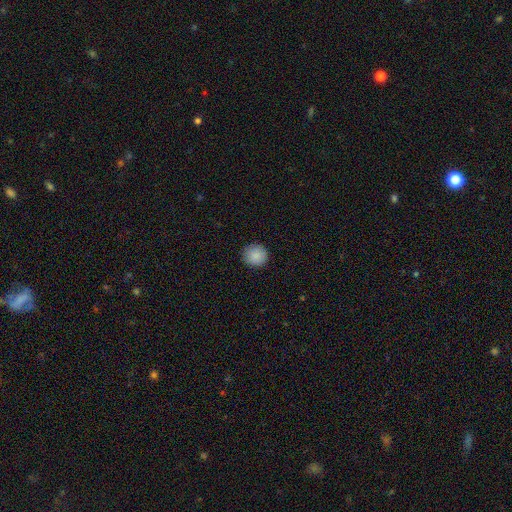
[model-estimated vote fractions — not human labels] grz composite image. It shows a smooth galaxy with no disk features (89%) that is round (92%). Merging: none (91%).